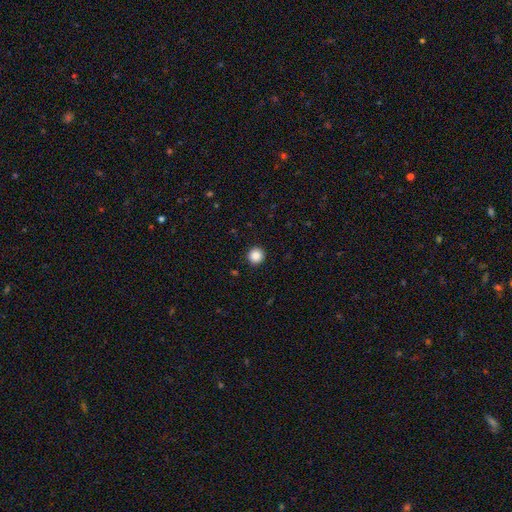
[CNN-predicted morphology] A smooth galaxy with no disk features (87%) that is round (96%).

Vote fractions:
- Smooth or featured? smooth: 87% / star or artifact: 10% / featured or disk: 3%
- How rounded? round: 96% / in between: 3% / cigar-shaped: 1%
- Merging? none: 93% / minor disturbance: 4% / major disturbance: 2% / merger: 1%